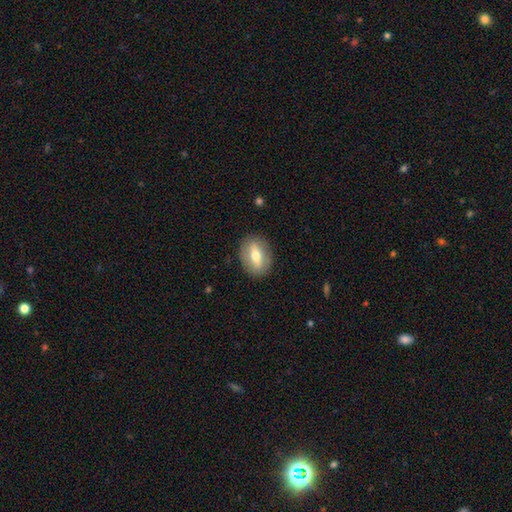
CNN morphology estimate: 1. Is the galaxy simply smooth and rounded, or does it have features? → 55% smooth, 38% featured or disk, 7% star or artifact.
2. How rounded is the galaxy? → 70% in between, 25% round, 5% cigar-shaped.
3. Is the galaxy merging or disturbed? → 87% none, 9% minor disturbance, 3% major disturbance, 1% merger.